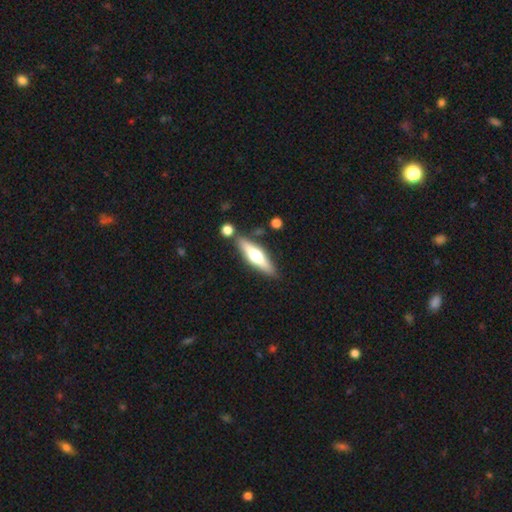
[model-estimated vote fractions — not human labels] A featured or disk galaxy (57%) viewed edge-on (94%) with a rounded central bulge (94%). Merging: none (81%).